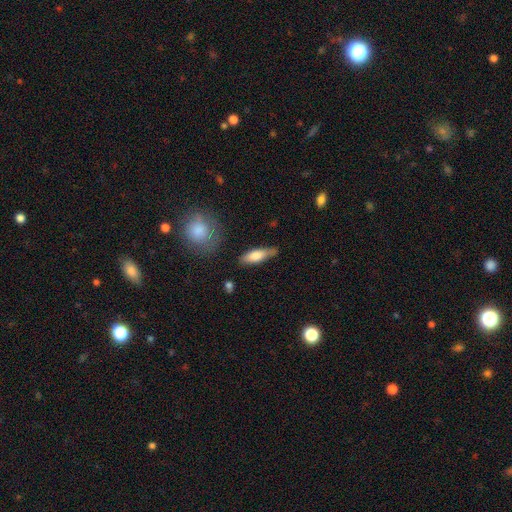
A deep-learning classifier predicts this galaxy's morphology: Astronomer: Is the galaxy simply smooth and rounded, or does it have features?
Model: smooth — 72%.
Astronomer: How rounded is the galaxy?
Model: in between — 54% (runner-up: cigar-shaped, 43%).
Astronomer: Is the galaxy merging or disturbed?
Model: none — 70%.